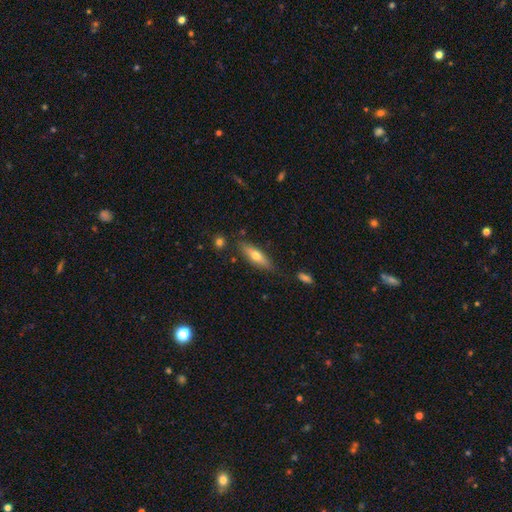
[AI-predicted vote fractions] Smooth or featured?
  - smooth: 55% *
  - featured or disk: 39%
  - star or artifact: 7%
How rounded?
  - cigar-shaped: 61% *
  - in between: 36%
  - round: 2%
Merging?
  - none: 80% *
  - minor disturbance: 14%
  - merger: 3%
  - major disturbance: 3%